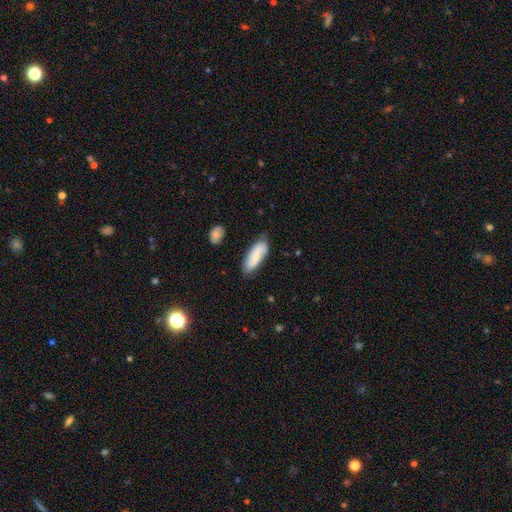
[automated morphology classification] smooth_or_featured: smooth (p=0.67) [alt: featured or disk p=0.27]
how_rounded: in between (p=0.67) [alt: cigar-shaped p=0.31]
merging: none (p=0.76) [alt: minor disturbance p=0.18]